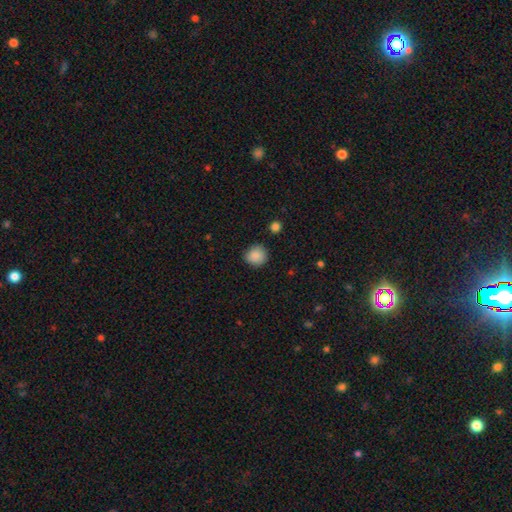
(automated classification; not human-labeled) Overall: smooth (88%). How rounded: round (87%). Merging: none (83%).